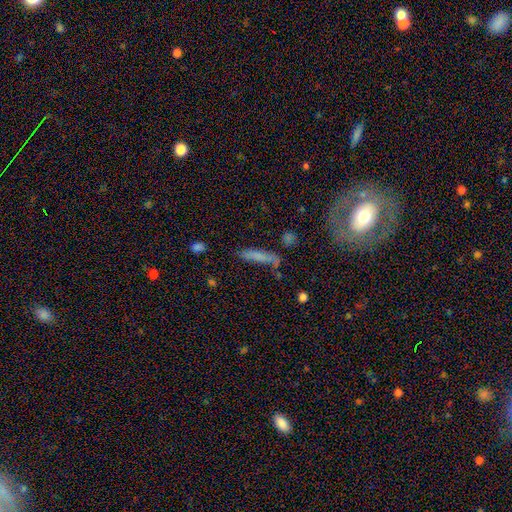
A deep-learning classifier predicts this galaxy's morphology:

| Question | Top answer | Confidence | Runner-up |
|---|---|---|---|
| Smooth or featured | smooth | 73% | featured or disk (17%) |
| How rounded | cigar-shaped | 82% | in between (16%) |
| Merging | none | 58% | minor disturbance (22%) |